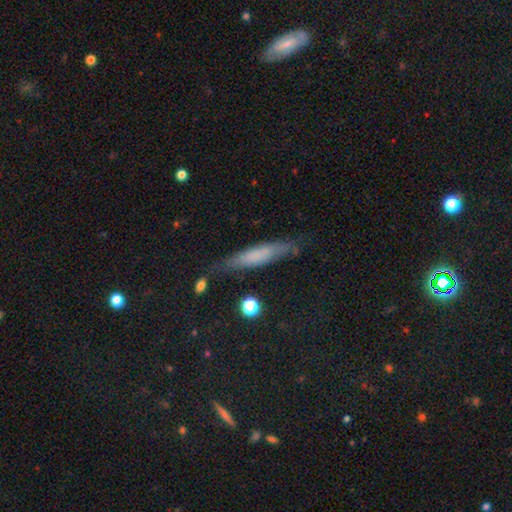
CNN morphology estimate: smooth-or-featured: smooth: 67% | featured or disk: 25% | star or artifact: 9%
  how-rounded: cigar-shaped: 82% | in between: 16% | round: 2%
  merging: none: 71% | minor disturbance: 20% | major disturbance: 5% | merger: 3%